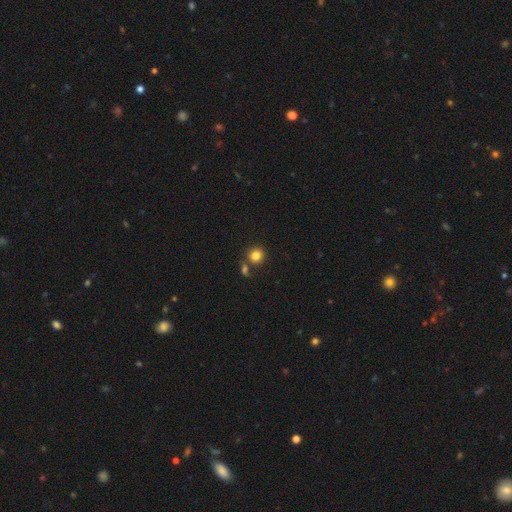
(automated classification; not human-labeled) Smooth or featured: smooth — 83% (star or artifact — 11%)
How rounded: round — 87% (in between — 12%)
Merging: none — 70% (merger — 18%)